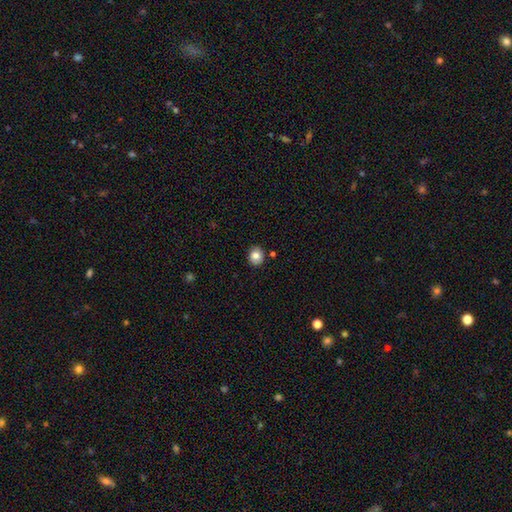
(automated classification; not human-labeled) Q: Smooth or featured?
A: smooth (82%); runner-up: star or artifact (9%)
Q: How rounded?
A: round (77%); runner-up: in between (22%)
Q: Merging?
A: none (88%); runner-up: minor disturbance (8%)